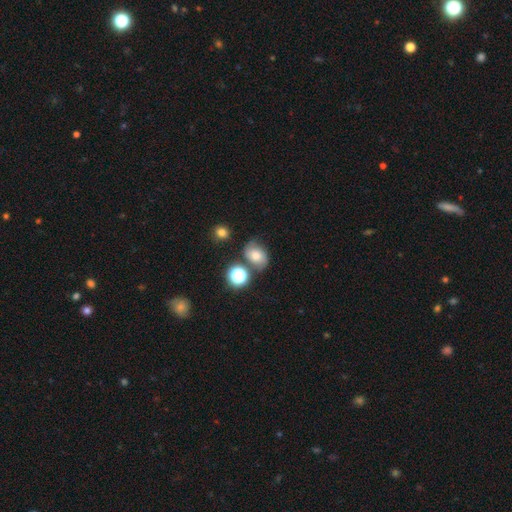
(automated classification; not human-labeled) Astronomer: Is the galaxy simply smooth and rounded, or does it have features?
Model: smooth — 61%.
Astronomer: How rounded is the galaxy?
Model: in between — 64%.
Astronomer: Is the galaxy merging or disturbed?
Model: none — 59%.